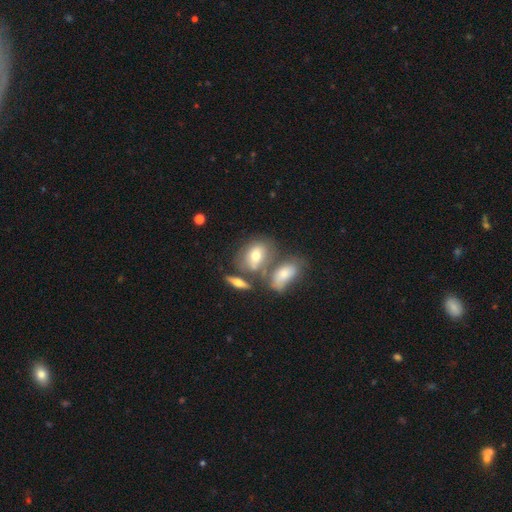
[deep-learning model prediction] This is likely a smooth galaxy (64%). How rounded: likely in between (74%). Merging: marginally none (41%).